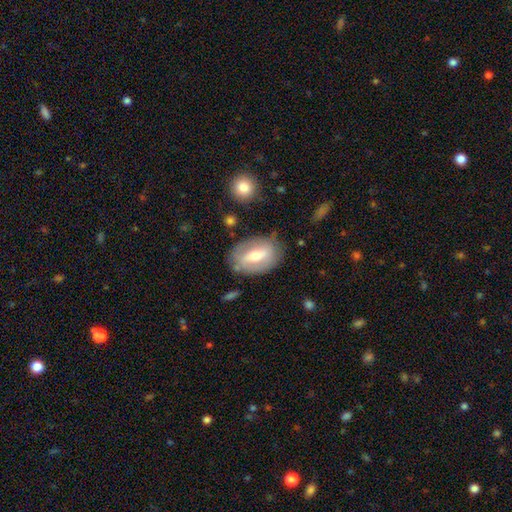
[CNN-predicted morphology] This appears to be a featured or disk galaxy (54%). Merging: none (76%).